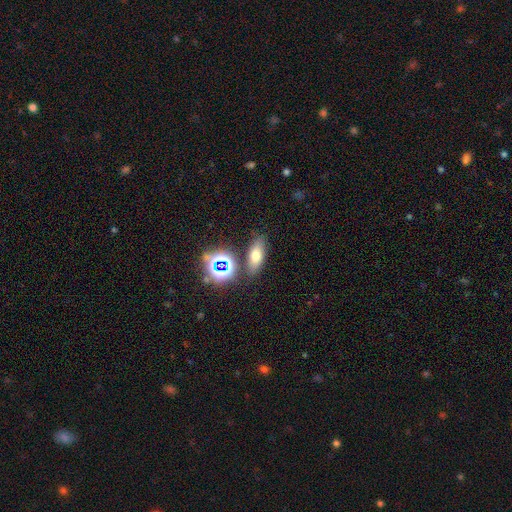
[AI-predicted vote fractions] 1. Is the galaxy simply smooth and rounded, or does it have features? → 62% smooth, 20% star or artifact, 18% featured or disk.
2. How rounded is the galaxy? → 68% in between, 20% cigar-shaped, 12% round.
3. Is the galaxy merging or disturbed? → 80% none, 10% minor disturbance, 6% merger, 3% major disturbance.